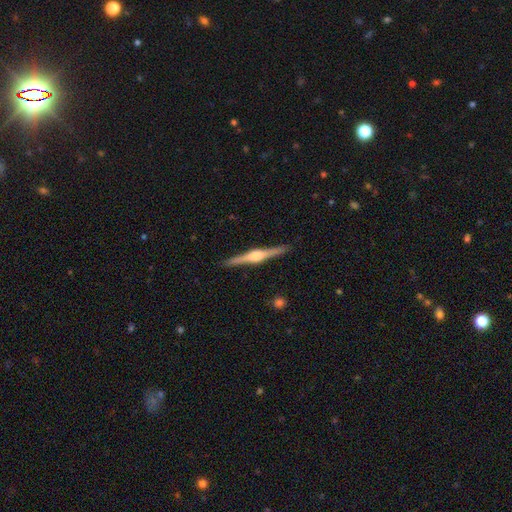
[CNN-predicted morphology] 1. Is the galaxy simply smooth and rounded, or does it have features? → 84% featured or disk, 11% smooth, 5% star or artifact.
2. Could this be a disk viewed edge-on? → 99% yes, 1% no.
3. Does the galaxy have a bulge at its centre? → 85% rounded, 12% boxy, 3% none.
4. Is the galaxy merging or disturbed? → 91% none, 6% minor disturbance, 1% major disturbance, 1% merger.